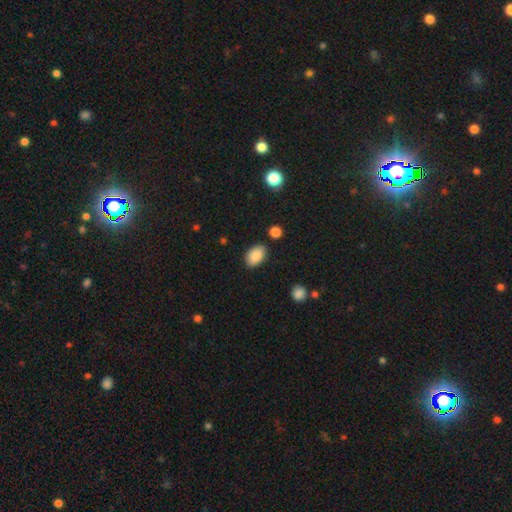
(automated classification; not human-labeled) Q: Smooth or featured?
A: smooth (88%); runner-up: star or artifact (8%)
Q: How rounded?
A: in between (88%); runner-up: round (10%)
Q: Merging?
A: none (81%); runner-up: minor disturbance (14%)